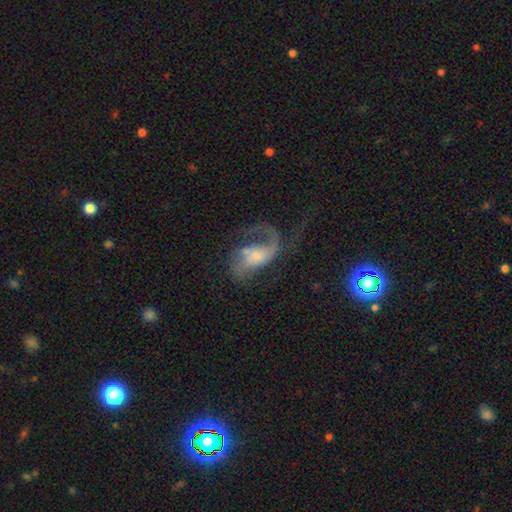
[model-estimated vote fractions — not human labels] Q: Smooth or featured?
A: featured or disk (77%); runner-up: smooth (14%)
Q: Edge-on disk?
A: no (96%); runner-up: yes (4%)
Q: Bar?
A: no (52%); runner-up: weak (36%)
Q: Spiral arms?
A: yes (90%); runner-up: no (10%)
Q: Spiral winding?
A: loose (55%); runner-up: medium (35%)
Q: Spiral arm count?
A: 2 (50%); runner-up: 1 (38%)
Q: Bulge size?
A: small (43%); runner-up: moderate (35%)
Q: Merging?
A: major disturbance (41%); runner-up: none (37%)